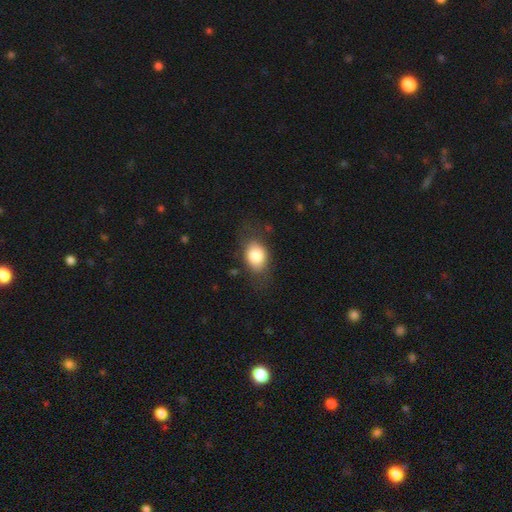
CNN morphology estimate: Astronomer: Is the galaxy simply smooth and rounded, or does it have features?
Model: smooth — 81%.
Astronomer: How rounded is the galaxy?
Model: in between — 71%.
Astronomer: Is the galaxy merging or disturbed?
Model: none — 67%.